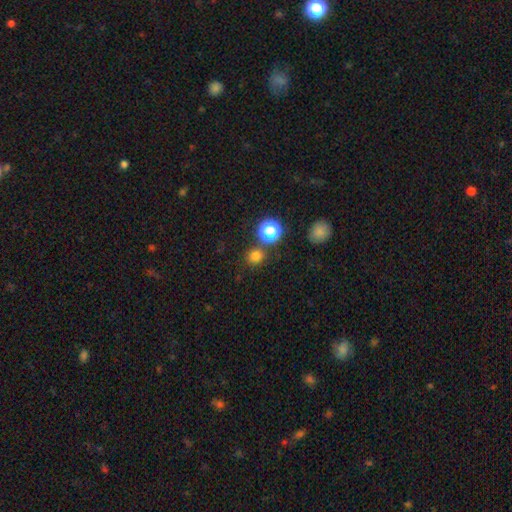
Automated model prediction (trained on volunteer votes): Smooth or featured? smooth (73%)
How rounded? round (79%)
Merging? none (76%)